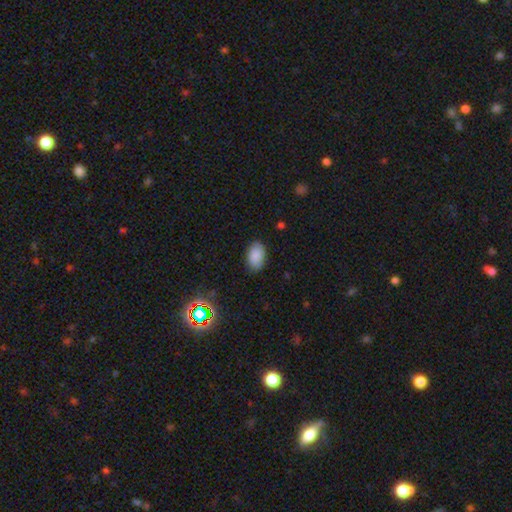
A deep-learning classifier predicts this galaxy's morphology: Q: Smooth or featured?
A: smooth (80%); runner-up: featured or disk (11%)
Q: How rounded?
A: in between (89%); runner-up: round (9%)
Q: Merging?
A: none (81%); runner-up: minor disturbance (15%)